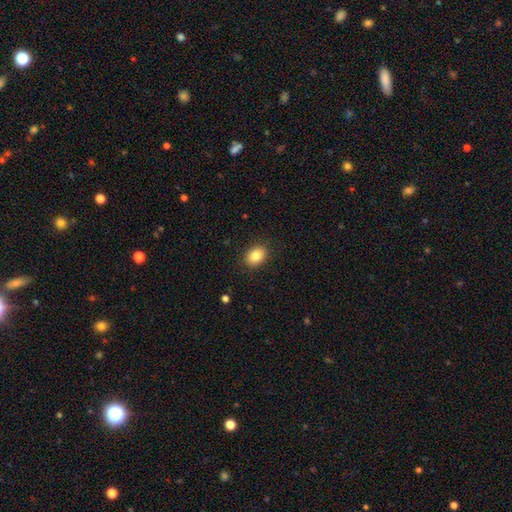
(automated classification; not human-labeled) Smooth or featured? smooth (85%)
How rounded? in between (69%)
Merging? none (88%)